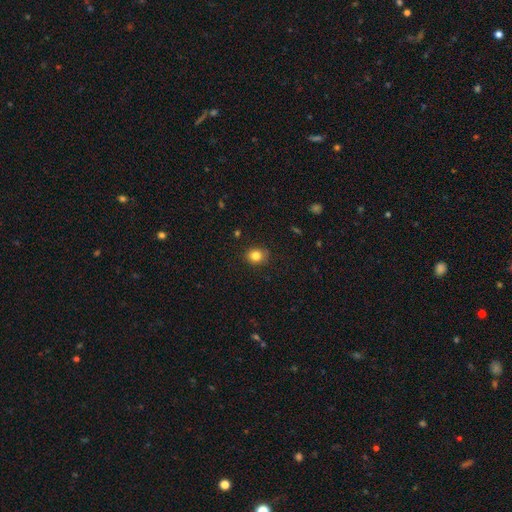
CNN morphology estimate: Q: Smooth or featured?
A: smooth (83%); runner-up: star or artifact (11%)
Q: How rounded?
A: round (67%); runner-up: in between (32%)
Q: Merging?
A: none (86%); runner-up: minor disturbance (11%)